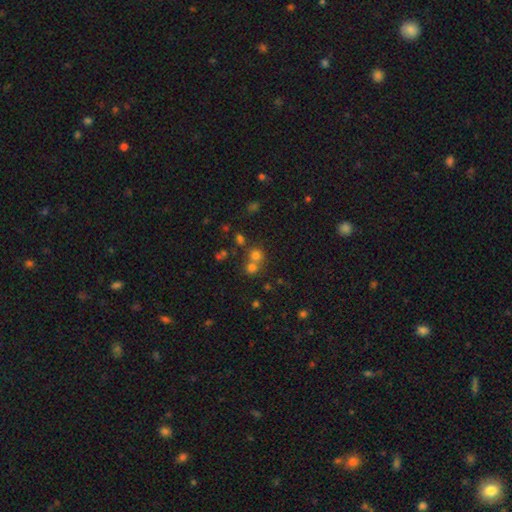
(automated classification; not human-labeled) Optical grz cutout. It shows a smooth galaxy with no disk features (66%) that is round (84%). Merging: none (46%).